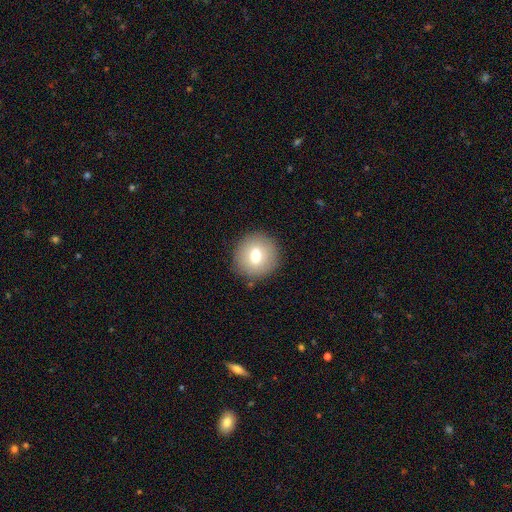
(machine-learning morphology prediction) Smooth or featured? smooth (71%)
How rounded? round (92%)
Merging? none (88%)